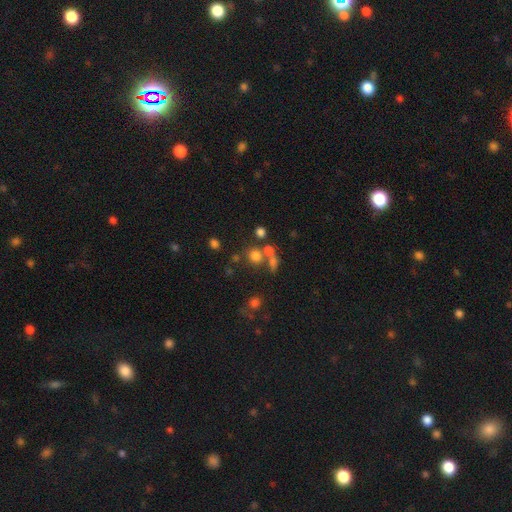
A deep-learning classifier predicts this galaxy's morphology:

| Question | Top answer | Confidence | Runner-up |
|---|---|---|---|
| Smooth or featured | smooth | 69% | star or artifact (19%) |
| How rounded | round | 82% | in between (17%) |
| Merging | none | 54% | merger (31%) |